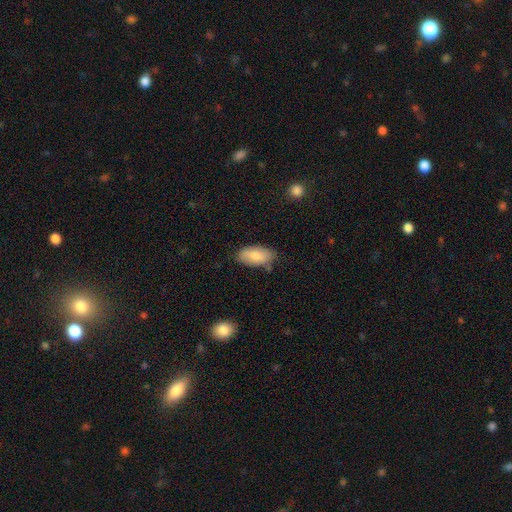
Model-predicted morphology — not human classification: Smooth or featured: smooth — 84% (featured or disk — 9%)
How rounded: in between — 93% (cigar-shaped — 5%)
Merging: none — 72% (minor disturbance — 21%)